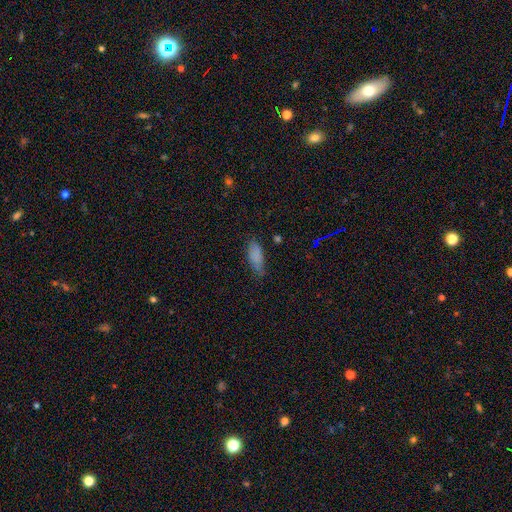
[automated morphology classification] Overall: smooth (83%). How rounded: in between (74%). Merging: none (65%; minor disturbance 27%).